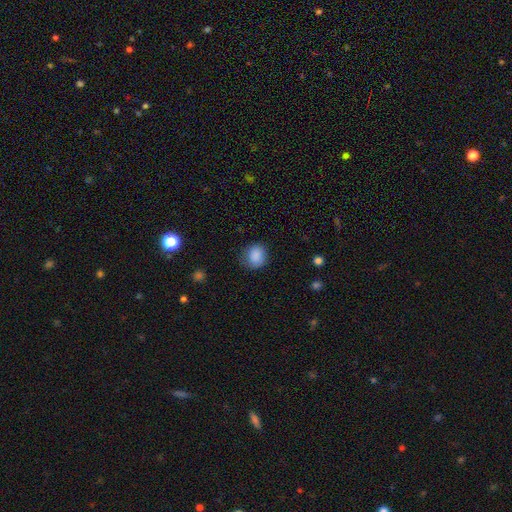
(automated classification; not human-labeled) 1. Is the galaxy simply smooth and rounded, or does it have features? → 87% smooth, 9% star or artifact, 4% featured or disk.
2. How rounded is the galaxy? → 72% round, 27% in between, 1% cigar-shaped.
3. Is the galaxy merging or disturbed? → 75% none, 19% minor disturbance, 5% major disturbance, 1% merger.